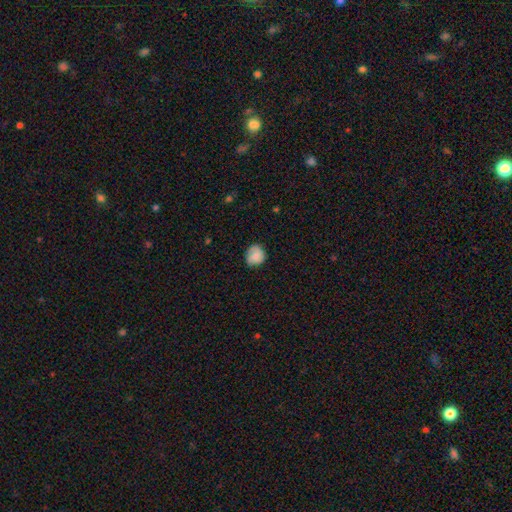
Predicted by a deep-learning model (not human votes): The model was most divided on "merging": none: 68%, minor disturbance: 24%, major disturbance: 7%, merger: 1%. More confident: how rounded — round (79%); smooth or featured — smooth (78%).